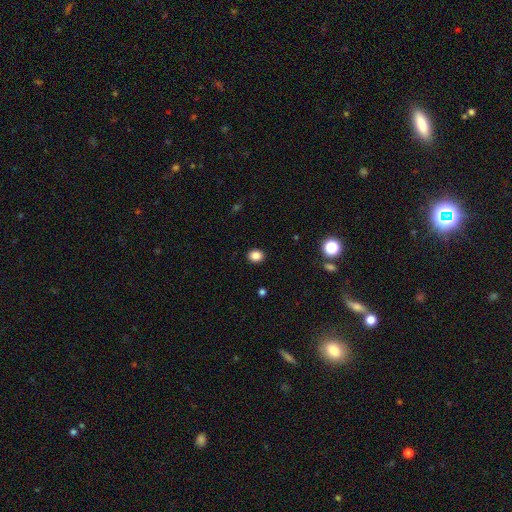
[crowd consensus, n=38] smooth-or-featured: smooth: 89% | star or artifact: 8% | featured or disk: 3%
  how-rounded: round: 68% | in between: 32% | cigar-shaped: 0%
  merging: none: 97% | minor disturbance: 3% | major disturbance: 0% | merger: 0%